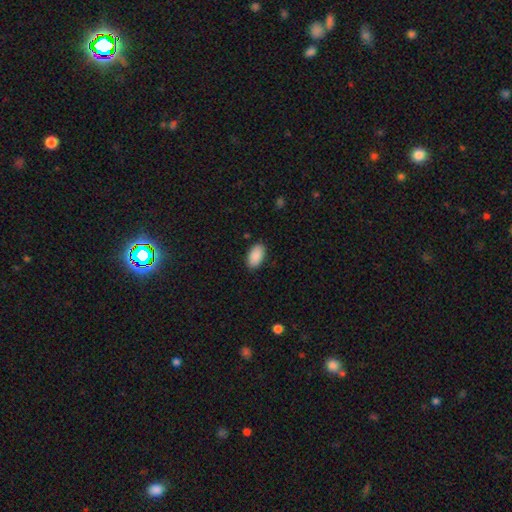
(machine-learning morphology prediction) smooth-or-featured: smooth: 91% | star or artifact: 6% | featured or disk: 3%
  how-rounded: in between: 95% | round: 3% | cigar-shaped: 2%
  merging: none: 88% | minor disturbance: 9% | major disturbance: 2% | merger: 1%